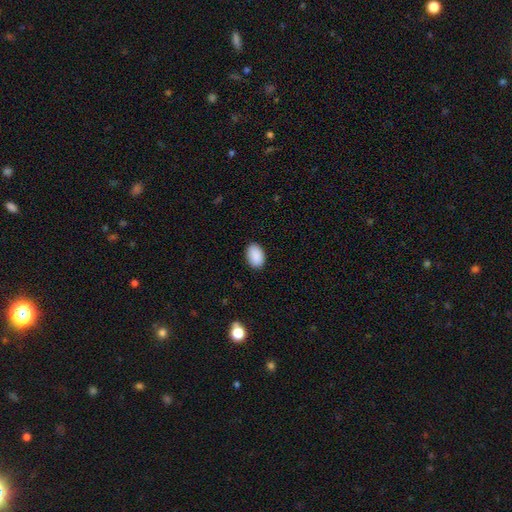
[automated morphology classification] Smooth or featured? Predicted: smooth (p=0.91). How rounded? Predicted: in between (p=0.90). Merging? Predicted: none (p=0.89).